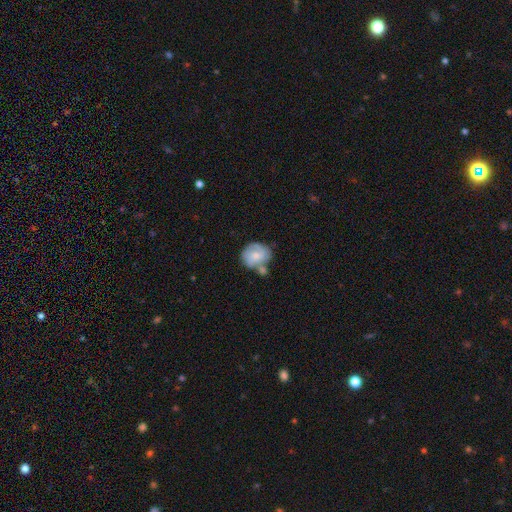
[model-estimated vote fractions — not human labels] This appears to be a featured or disk galaxy (47%). Merging: none (43%).